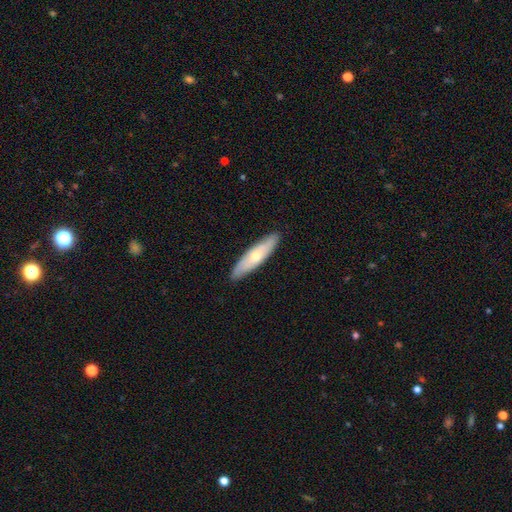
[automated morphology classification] smooth_or_featured: smooth (p=0.53) [alt: featured or disk p=0.42]
how_rounded: cigar-shaped (p=0.77) [alt: in between p=0.21]
merging: none (p=0.89) [alt: minor disturbance p=0.08]